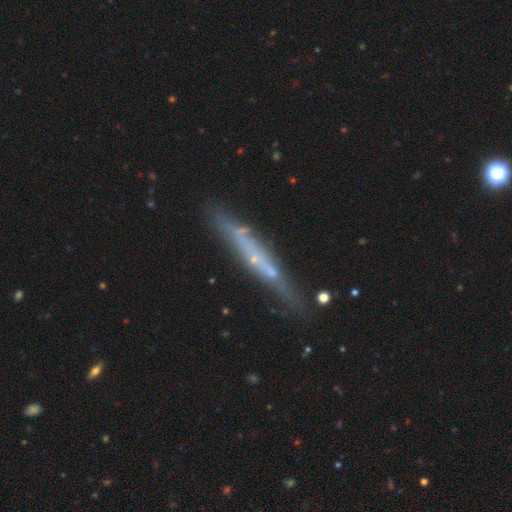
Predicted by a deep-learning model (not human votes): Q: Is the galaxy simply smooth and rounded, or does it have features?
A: featured or disk — 63%.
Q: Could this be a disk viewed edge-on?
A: yes — 84%.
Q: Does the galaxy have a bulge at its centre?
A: none — 78%.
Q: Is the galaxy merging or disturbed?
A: none — 74%.